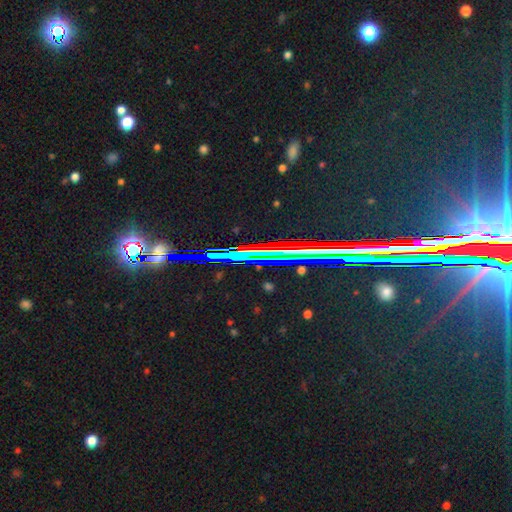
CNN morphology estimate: Smooth or featured? Predicted: star or artifact (p=0.81).